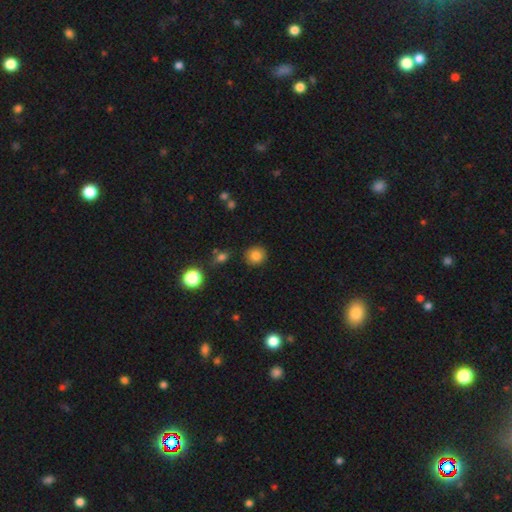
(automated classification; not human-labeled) A smooth galaxy with no disk features (82%) that is round (86%). Merging: none (87%).